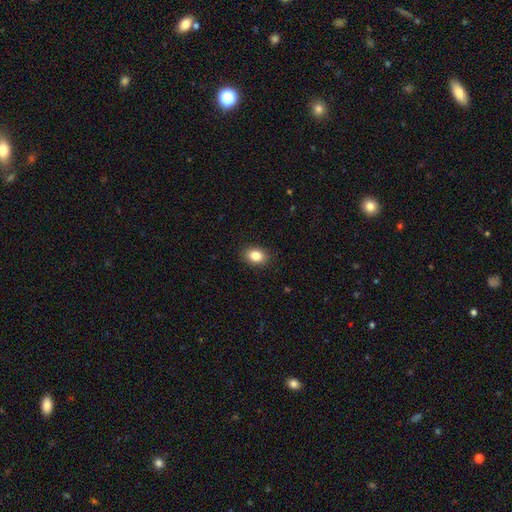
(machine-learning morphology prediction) smooth-or-featured: smooth: 85% | star or artifact: 9% | featured or disk: 7%
  how-rounded: in between: 79% | round: 20% | cigar-shaped: 1%
  merging: none: 89% | minor disturbance: 8% | major disturbance: 2% | merger: 1%